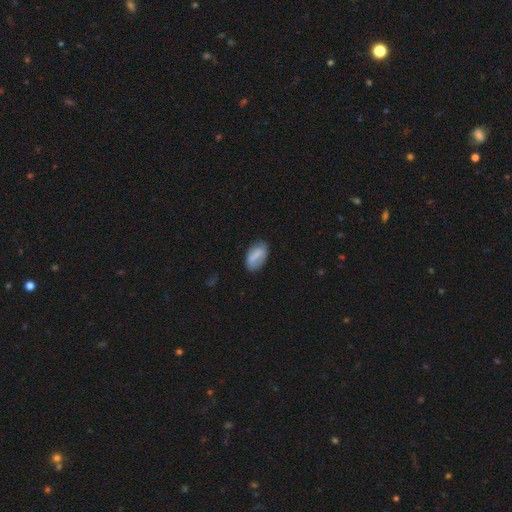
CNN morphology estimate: Smooth or featured: smooth — 68% (featured or disk — 24%)
How rounded: in between — 91% (round — 5%)
Merging: none — 71% (minor disturbance — 20%)